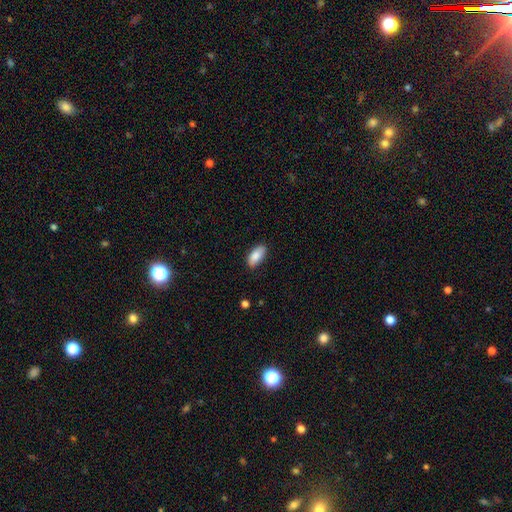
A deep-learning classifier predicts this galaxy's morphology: This appears to be a smooth galaxy with no disk features (86%) that is in between round and cigar-shaped (89%). Merging: none (84%).